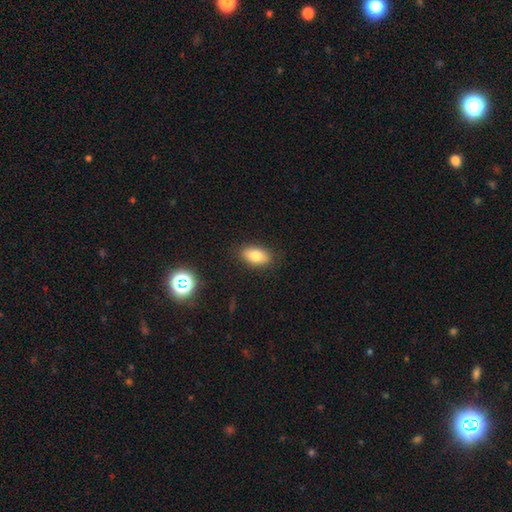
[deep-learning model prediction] Overall: smooth (81%). How rounded: in between (90%). Merging: none (86%).